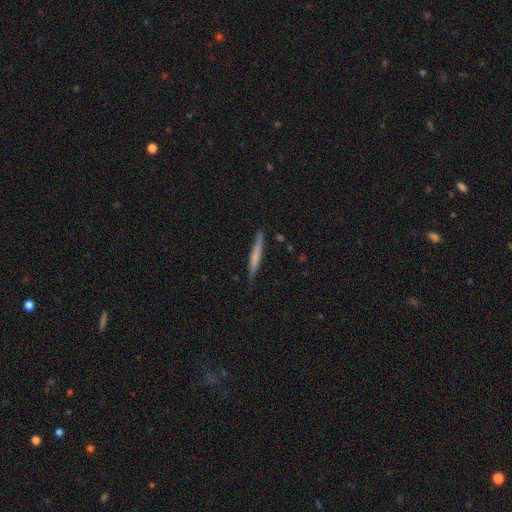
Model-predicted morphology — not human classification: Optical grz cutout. It shows a smooth galaxy with no disk features (60%) that is cigar-shaped (96%). Merging: none (85%).